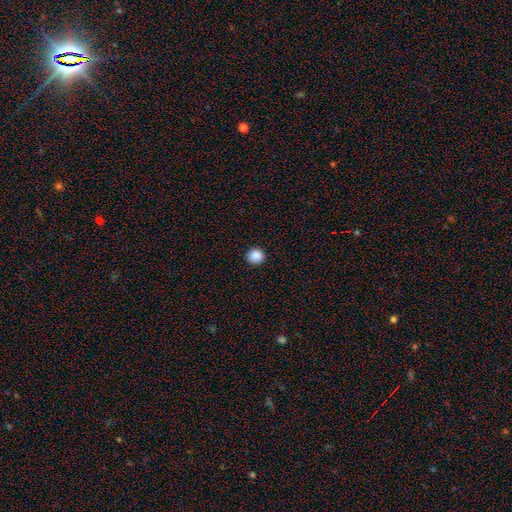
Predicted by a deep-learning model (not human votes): smooth 88%, star or artifact 10%, featured or disk 3%. Down the decision tree: how rounded — round (90%); merging — none (92%).